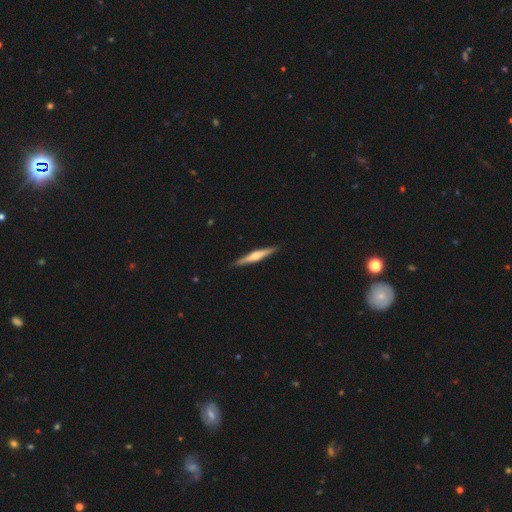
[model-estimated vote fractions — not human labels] smooth-or-featured: featured or disk: 66% | smooth: 29% | star or artifact: 5%
  disk-edge-on: yes: 98% | no: 2%
    edge-on-bulge: rounded: 87% | boxy: 7% | none: 6%
  merging: none: 91% | minor disturbance: 7% | major disturbance: 1% | merger: 1%